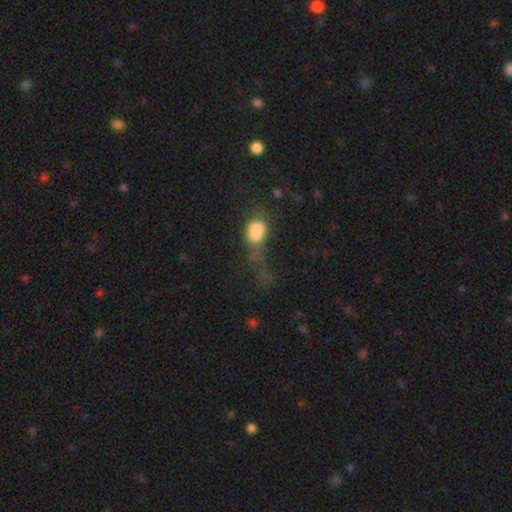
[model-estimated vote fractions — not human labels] Morphology: type=smooth (44%); merging=major disturbance (36%).